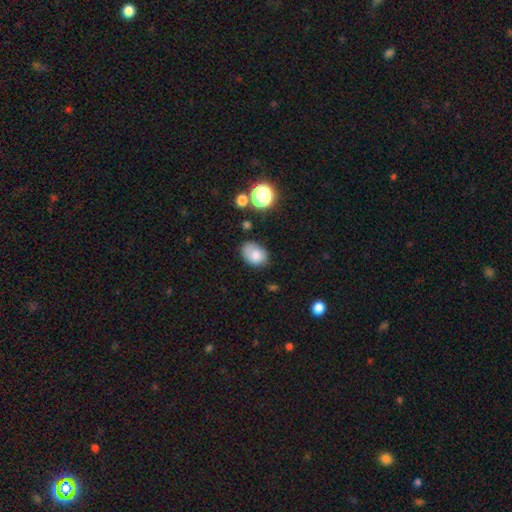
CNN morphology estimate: A smooth galaxy with no disk features (78%) that is in between round and cigar-shaped (74%). Merging: none (59%).